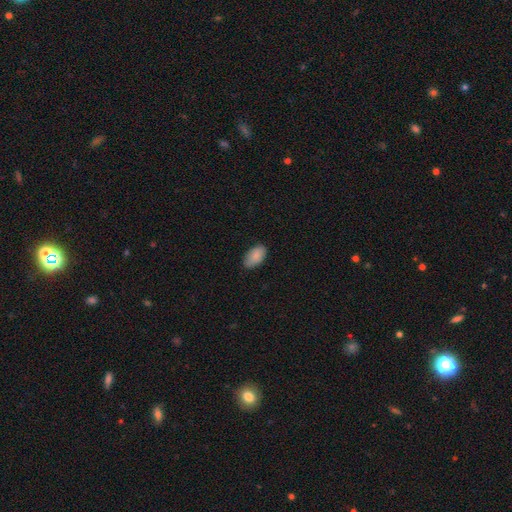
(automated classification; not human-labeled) Smooth or featured?
  - smooth: 88% *
  - star or artifact: 7%
  - featured or disk: 6%
How rounded?
  - in between: 94% *
  - round: 4%
  - cigar-shaped: 2%
Merging?
  - none: 81% *
  - minor disturbance: 16%
  - major disturbance: 2%
  - merger: 1%